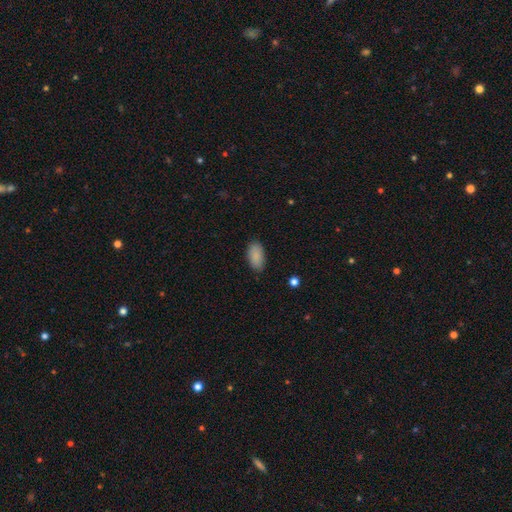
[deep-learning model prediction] A smooth galaxy with no disk features (89%) that is in between round and cigar-shaped (94%). Merging: none (85%).